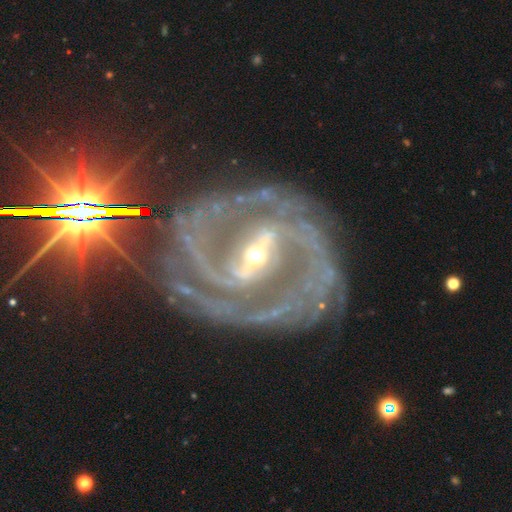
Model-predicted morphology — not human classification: smooth-or-featured: featured or disk: 92% | star or artifact: 6% | smooth: 2%
  disk-edge-on: no: 97% | yes: 3%
    bar: strong: 68% | weak: 24% | no: 8%
    has-spiral-arms: yes: 98% | no: 2%
      spiral-winding: medium: 46% | tight: 45% | loose: 9%
      spiral-arm-count: 2: 72% | 3: 9% | can't tell: 6% | 4: 4% | more than 4: 4% | 1: 4%
    bulge-size: small: 60% | moderate: 36% | large: 2% | none: 1% | dominant: 1%
  merging: none: 72% | minor disturbance: 15% | major disturbance: 10% | merger: 3%